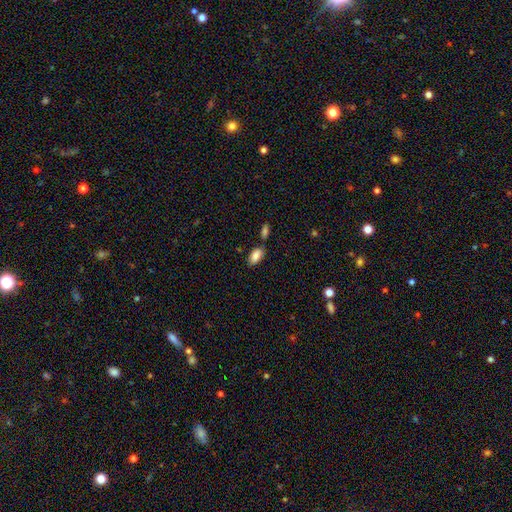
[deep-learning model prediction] smooth-or-featured: smooth: 87% | star or artifact: 7% | featured or disk: 6%
  how-rounded: in between: 93% | cigar-shaped: 4% | round: 3%
  merging: none: 70% | merger: 14% | minor disturbance: 13% | major disturbance: 3%